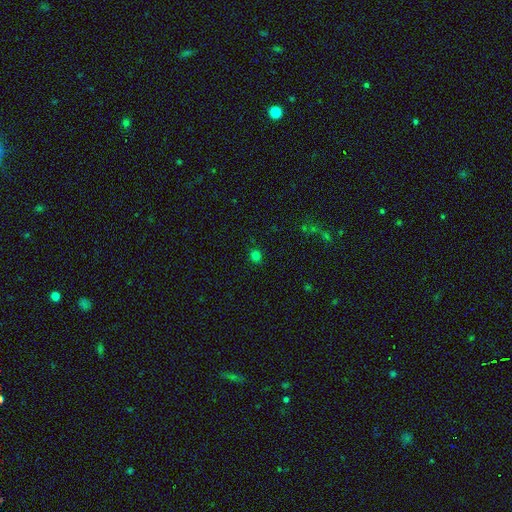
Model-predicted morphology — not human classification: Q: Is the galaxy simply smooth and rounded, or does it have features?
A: smooth — 78%.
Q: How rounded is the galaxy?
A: round — 73%.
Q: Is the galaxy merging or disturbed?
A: none — 89%.